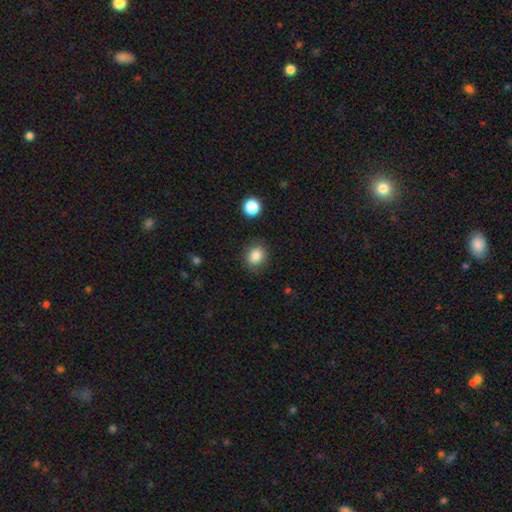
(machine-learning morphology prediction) Overall: smooth (85%). How rounded: round (67%; in between 32%). Merging: none (83%).